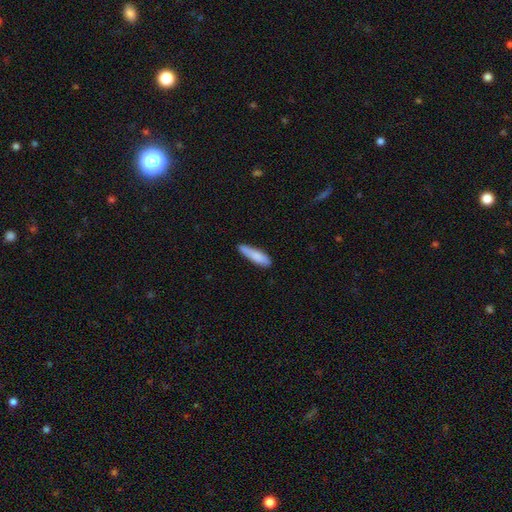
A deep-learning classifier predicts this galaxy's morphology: smooth 83%, featured or disk 11%, star or artifact 6%. Down the decision tree: how rounded — cigar-shaped (71%); merging — none (73%).